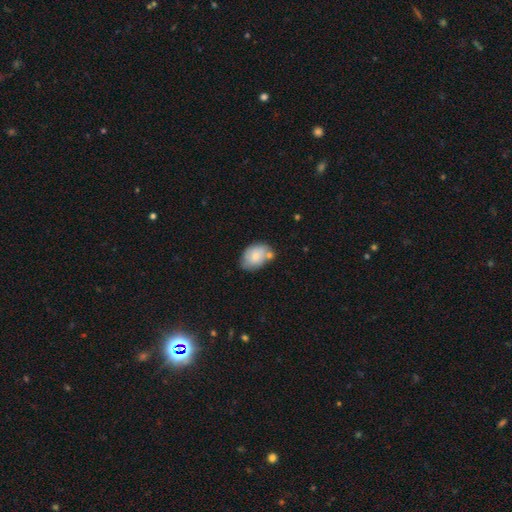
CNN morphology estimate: smooth-or-featured: smooth: 73% | featured or disk: 20% | star or artifact: 7%
  how-rounded: in between: 81% | round: 18% | cigar-shaped: 1%
  merging: none: 58% | minor disturbance: 22% | merger: 15% | major disturbance: 5%